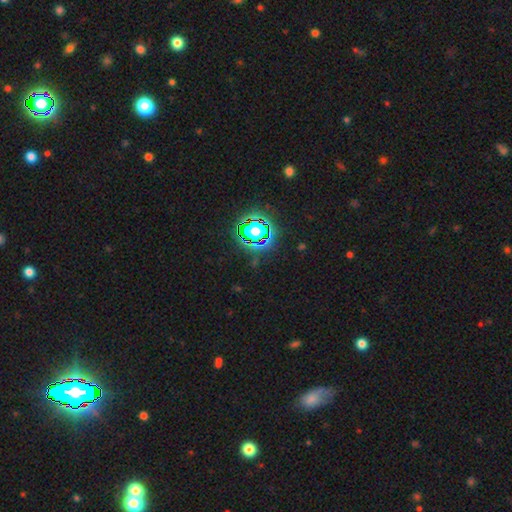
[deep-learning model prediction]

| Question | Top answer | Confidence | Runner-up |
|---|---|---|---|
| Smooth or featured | star or artifact | 79% | smooth (13%) |